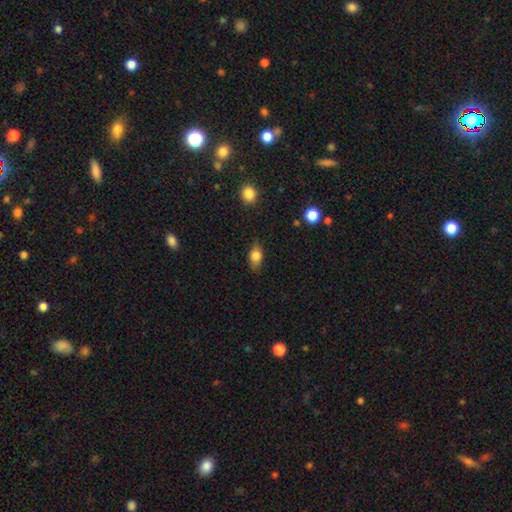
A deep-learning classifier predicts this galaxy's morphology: This appears to be a smooth galaxy with no disk features (78%) that is in between round and cigar-shaped (81%). Merging: none (80%).